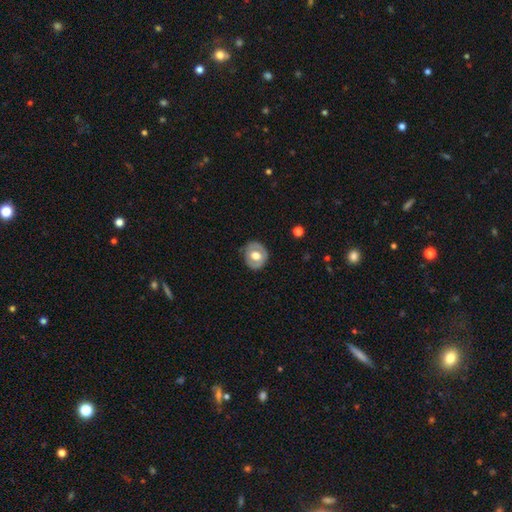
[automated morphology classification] This appears to be a smooth galaxy with no disk features (50%) that is round (75%). Merging: none (82%).